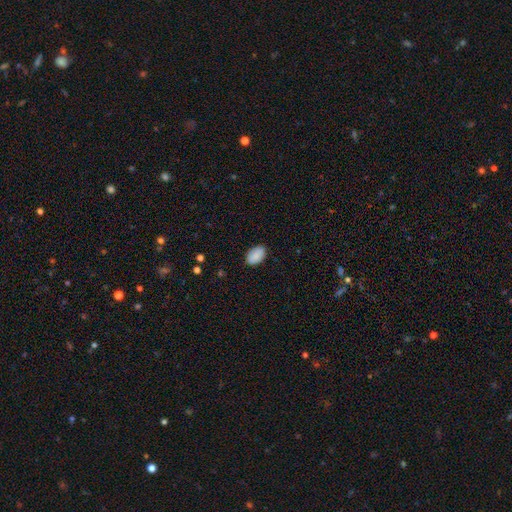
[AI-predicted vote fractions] A smooth galaxy with no disk features (88%) that is in between round and cigar-shaped (91%).

Vote fractions:
- Smooth or featured? smooth: 88% / star or artifact: 7% / featured or disk: 5%
- How rounded? in between: 91% / round: 8% / cigar-shaped: 1%
- Merging? none: 86% / minor disturbance: 11% / major disturbance: 2% / merger: 1%